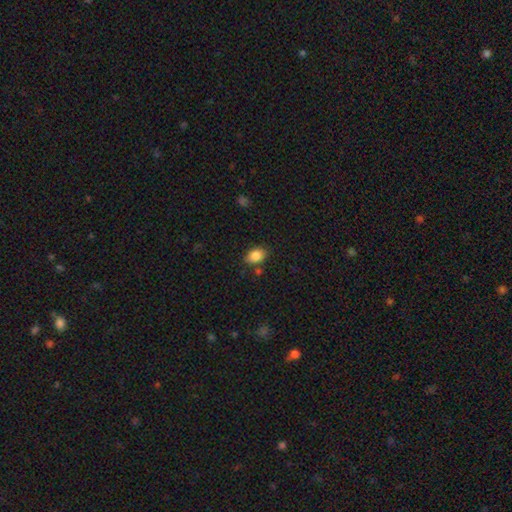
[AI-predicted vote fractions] A smooth galaxy with no disk features (86%) that is in between round and cigar-shaped (76%).

Vote fractions:
- Smooth or featured? smooth: 86% / star or artifact: 8% / featured or disk: 6%
- How rounded? in between: 76% / round: 23% / cigar-shaped: 1%
- Merging? none: 79% / minor disturbance: 13% / merger: 5% / major disturbance: 3%